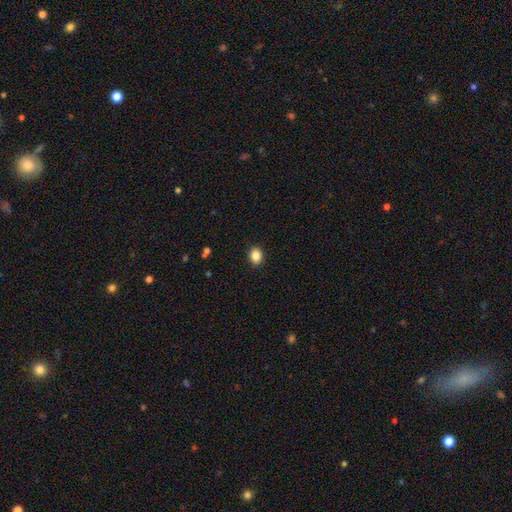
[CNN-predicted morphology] Smooth or featured? smooth (87%)
How rounded? round (52%)
Merging? none (91%)